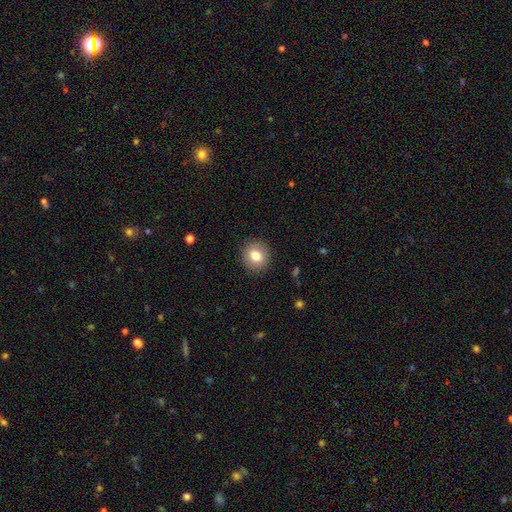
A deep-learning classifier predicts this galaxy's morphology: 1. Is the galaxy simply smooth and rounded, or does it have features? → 81% smooth, 10% featured or disk, 9% star or artifact.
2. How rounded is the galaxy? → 81% round, 18% in between, 1% cigar-shaped.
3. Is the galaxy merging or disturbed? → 90% none, 7% minor disturbance, 2% major disturbance, 1% merger.